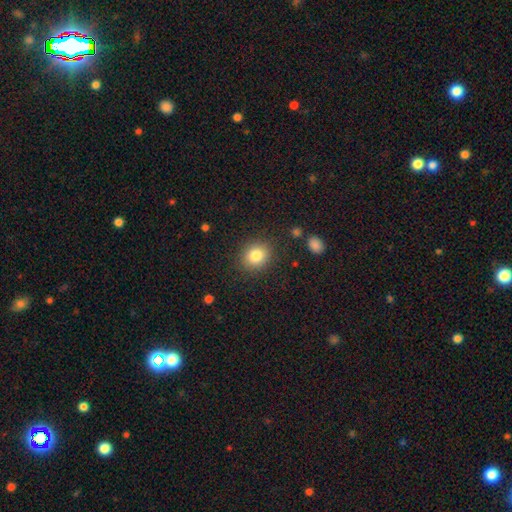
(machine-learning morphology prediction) This is clearly a smooth galaxy (82%). How rounded: likely round (71%). Merging: clearly none (87%).